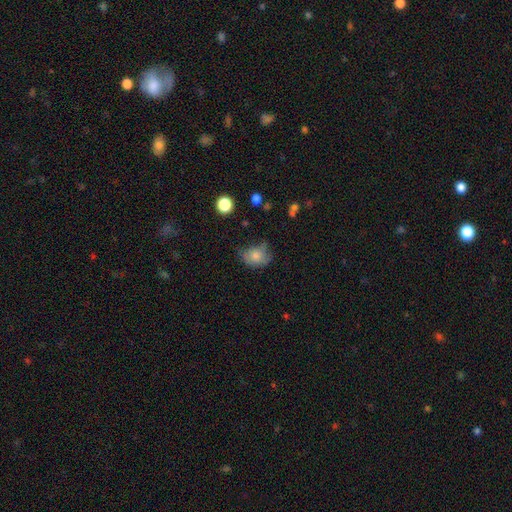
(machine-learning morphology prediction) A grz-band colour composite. It shows a smooth galaxy with no disk features (74%) that is in between round and cigar-shaped (60%). Merging: none (46%).